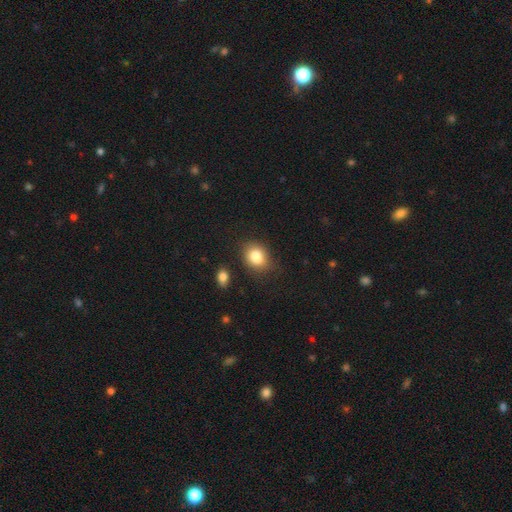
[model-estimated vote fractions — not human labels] Smooth or featured?
  - smooth: 83% *
  - star or artifact: 9%
  - featured or disk: 7%
How rounded?
  - in between: 54% *
  - round: 45%
  - cigar-shaped: 1%
Merging?
  - none: 72% *
  - minor disturbance: 19%
  - merger: 5%
  - major disturbance: 5%